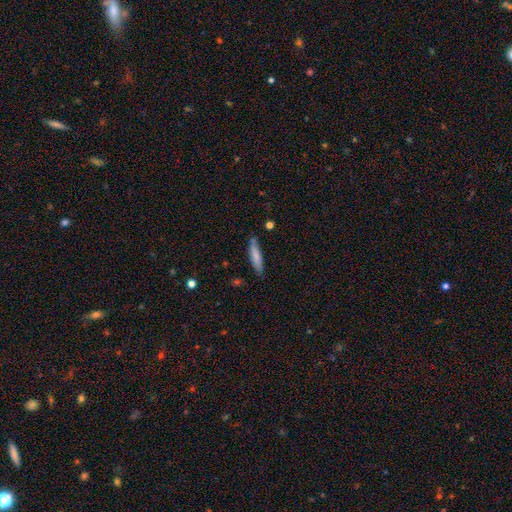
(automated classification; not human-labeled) This is likely a smooth galaxy (78%). How rounded: likely cigar-shaped (76%). Merging: likely none (76%).